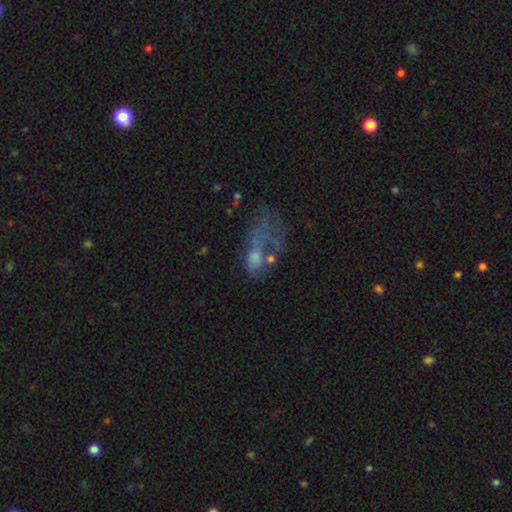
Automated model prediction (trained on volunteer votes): featured or disk 43% (tied), smooth 43% (tied), star or artifact 15%. Down the decision tree: merging — major disturbance (51%).